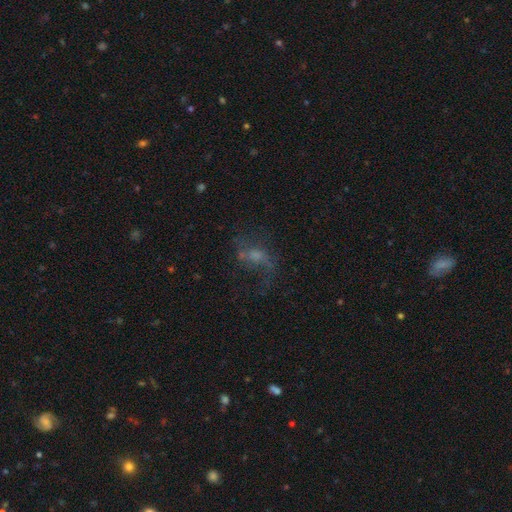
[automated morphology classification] Q: Smooth or featured?
A: featured or disk (59%); runner-up: smooth (24%)
Q: Edge-on disk?
A: no (94%); runner-up: yes (6%)
Q: Bar?
A: no (54%); runner-up: weak (36%)
Q: Spiral arms?
A: yes (71%); runner-up: no (29%)
Q: Bulge size?
A: small (36%); runner-up: moderate (30%)
Q: Merging?
A: none (48%); runner-up: major disturbance (31%)